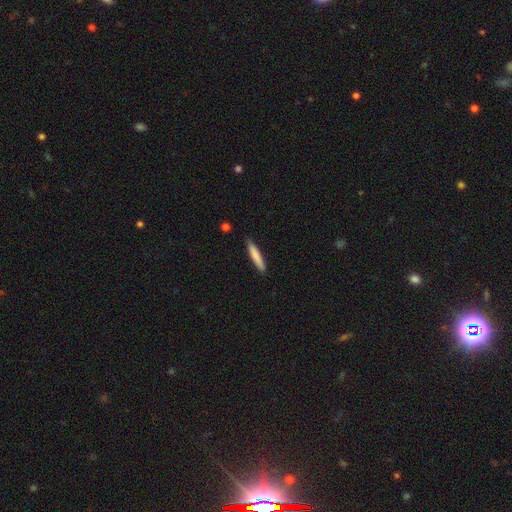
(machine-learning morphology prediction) Smooth or featured?
  - smooth: 82% *
  - featured or disk: 13%
  - star or artifact: 6%
How rounded?
  - cigar-shaped: 92% *
  - in between: 7%
  - round: 1%
Merging?
  - none: 88% *
  - minor disturbance: 9%
  - major disturbance: 2%
  - merger: 1%